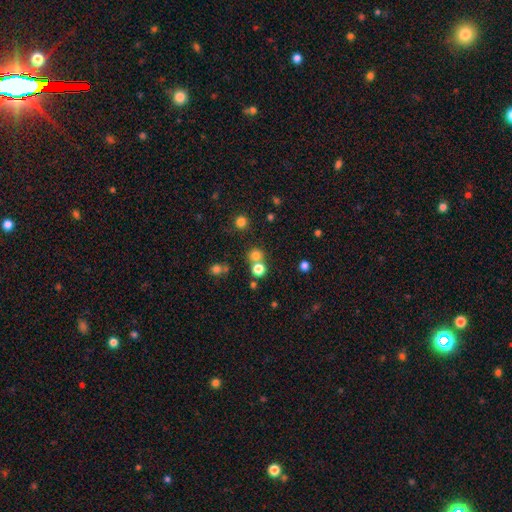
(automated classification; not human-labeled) A smooth galaxy with no disk features (72%) that is round (88%).

Vote fractions:
- Smooth or featured? smooth: 72% / star or artifact: 21% / featured or disk: 7%
- How rounded? round: 88% / in between: 11% / cigar-shaped: 1%
- Merging? none: 64% / merger: 25% / minor disturbance: 7% / major disturbance: 4%